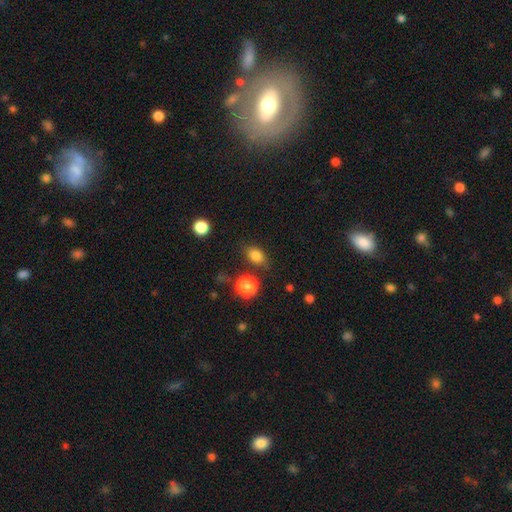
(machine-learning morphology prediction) The model was most divided on "how rounded": in between: 74%, round: 24%, cigar-shaped: 2%. More confident: smooth or featured — smooth (82%); merging — none (75%).